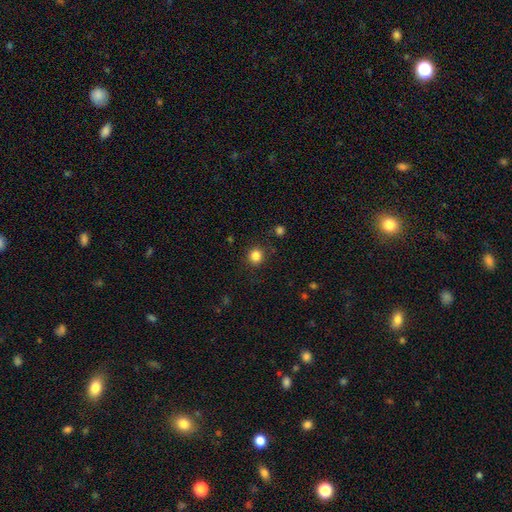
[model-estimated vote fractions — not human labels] Smooth or featured?
  - smooth: 84% *
  - star or artifact: 12%
  - featured or disk: 4%
How rounded?
  - round: 92% *
  - in between: 7%
  - cigar-shaped: 1%
Merging?
  - none: 89% *
  - minor disturbance: 7%
  - major disturbance: 3%
  - merger: 1%